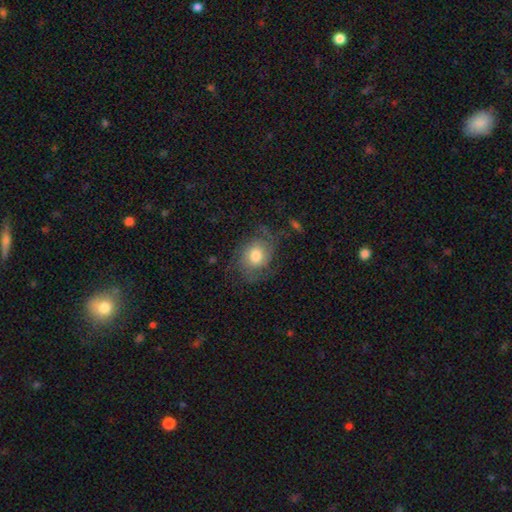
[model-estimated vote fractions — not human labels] Smooth or featured? Predicted: featured or disk (p=0.50). Merging? Predicted: none (p=0.58).